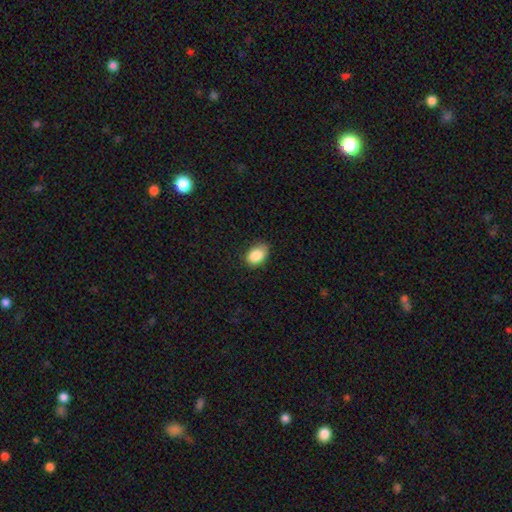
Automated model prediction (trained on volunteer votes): smooth 86%, star or artifact 8%, featured or disk 6%. Down the decision tree: how rounded — in between (83%); merging — none (70%).